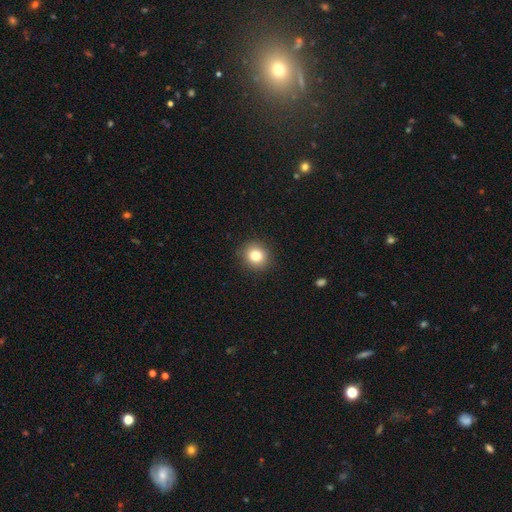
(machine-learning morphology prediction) Smooth or featured? Predicted: smooth (p=0.81). How rounded? Predicted: round (p=0.82). Merging? Predicted: none (p=0.90).